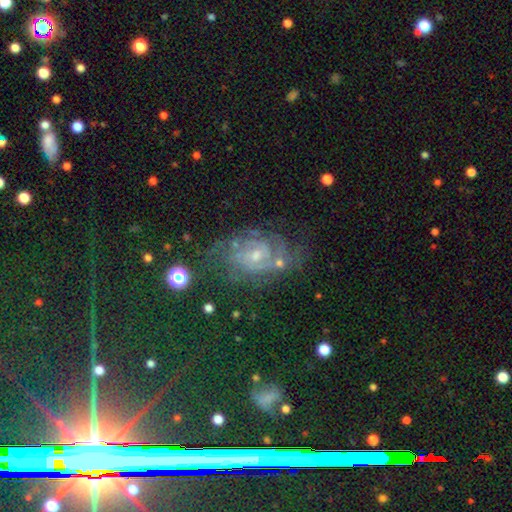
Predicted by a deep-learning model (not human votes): Smooth or featured? Predicted: featured or disk (p=0.78). Edge-on disk? Predicted: no (p=0.97). Bar? Predicted: no (p=0.60). Spiral arms? Predicted: yes (p=0.91). Spiral winding? Predicted: tight (p=0.53). Spiral arm count? Predicted: can't tell (p=0.36). Bulge size? Predicted: small (p=0.58). Merging? Predicted: none (p=0.61).